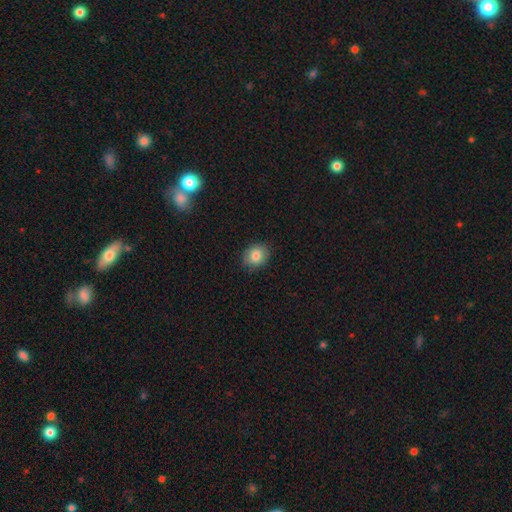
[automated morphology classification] This appears to be a smooth galaxy with no disk features (82%) that is round (61%). Merging: none (86%).